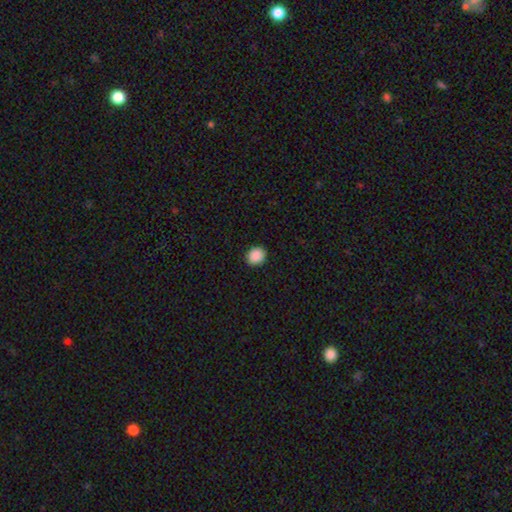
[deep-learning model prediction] Q: Smooth or featured?
A: smooth (89%); runner-up: star or artifact (8%)
Q: How rounded?
A: round (76%); runner-up: in between (23%)
Q: Merging?
A: none (92%); runner-up: minor disturbance (6%)